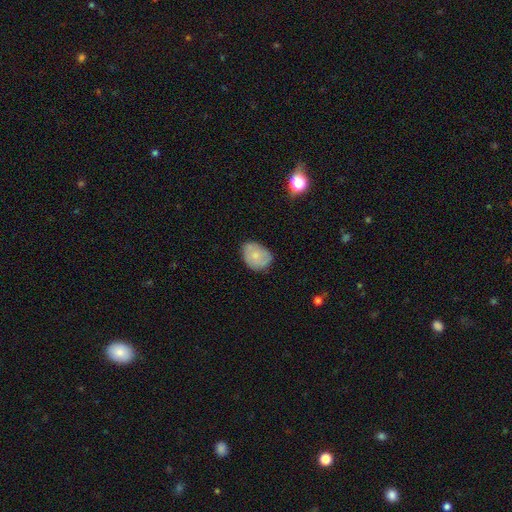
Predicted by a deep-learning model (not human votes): Smooth or featured: smooth — 71% (featured or disk — 21%)
How rounded: in between — 66% (round — 33%)
Merging: none — 64% (minor disturbance — 28%)